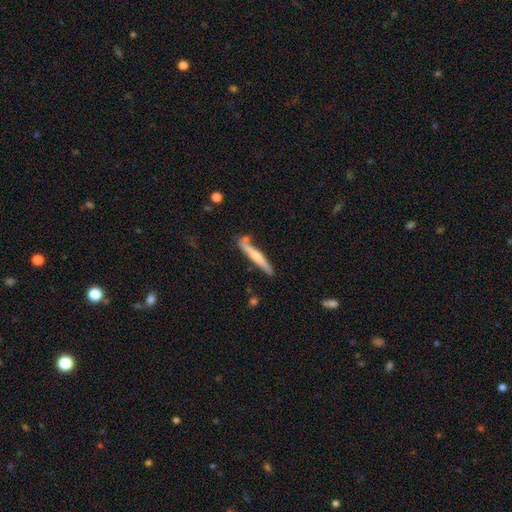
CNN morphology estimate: Smooth or featured? smooth (50%)
Merging? none (76%)